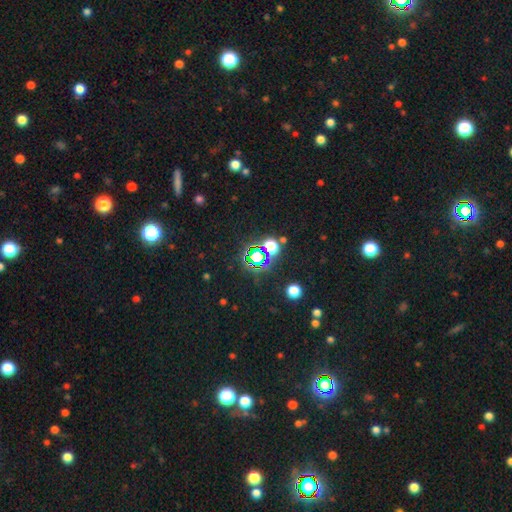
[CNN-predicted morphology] Q: Smooth or featured?
A: star or artifact (74%); runner-up: smooth (18%)